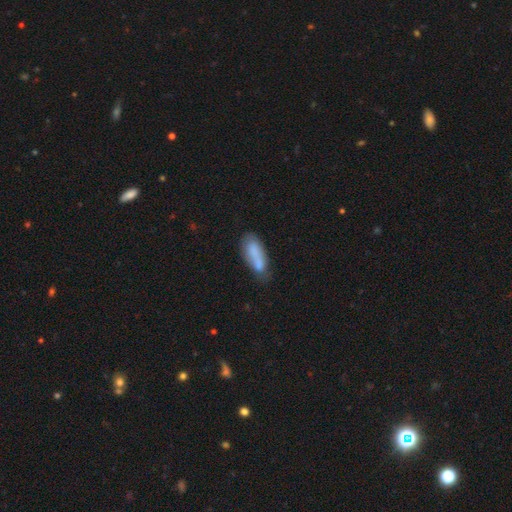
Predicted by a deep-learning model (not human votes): Smooth or featured? Predicted: smooth (p=0.75). How rounded? Predicted: in between (p=0.64). Merging? Predicted: none (p=0.50).